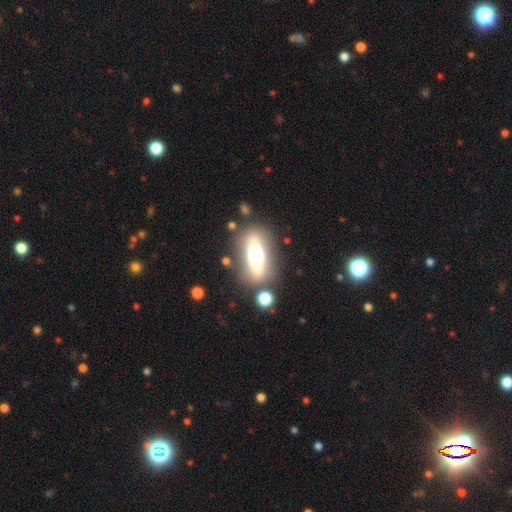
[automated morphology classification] The model was most divided on "smooth or featured": featured or disk: 47%, smooth: 40%, star or artifact: 13%. More confident: merging — none (75%).